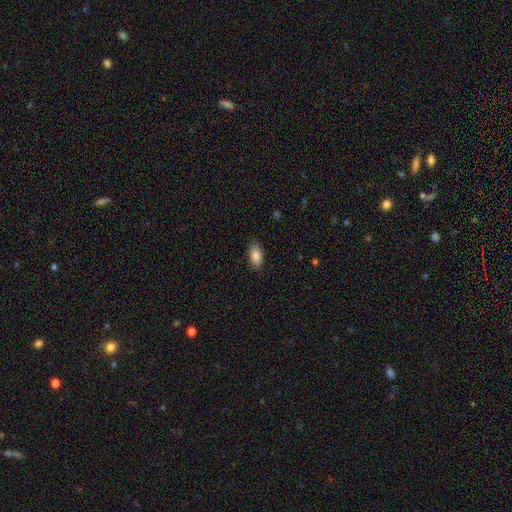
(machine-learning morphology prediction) smooth-or-featured: smooth: 86% | star or artifact: 7% | featured or disk: 7%
  how-rounded: in between: 91% | cigar-shaped: 5% | round: 4%
  merging: none: 87% | minor disturbance: 10% | major disturbance: 2% | merger: 1%